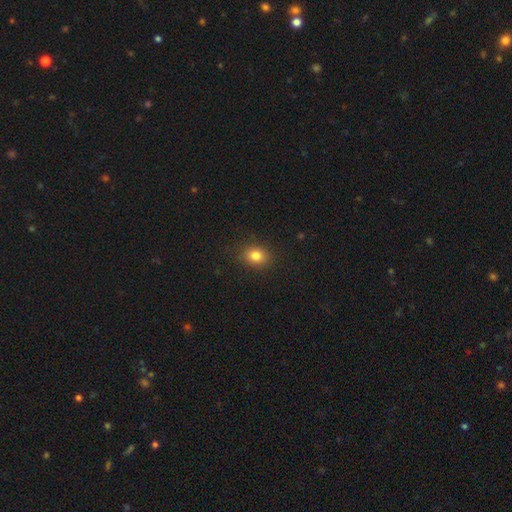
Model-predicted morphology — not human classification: type=smooth (82%); roundness=round (55%); merging=none (88%).